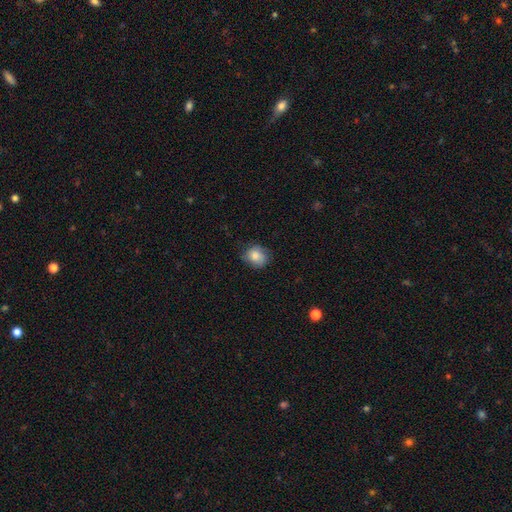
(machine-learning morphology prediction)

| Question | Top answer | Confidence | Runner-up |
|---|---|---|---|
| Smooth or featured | smooth | 81% | featured or disk (10%) |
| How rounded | round | 67% | in between (32%) |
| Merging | none | 68% | minor disturbance (25%) |